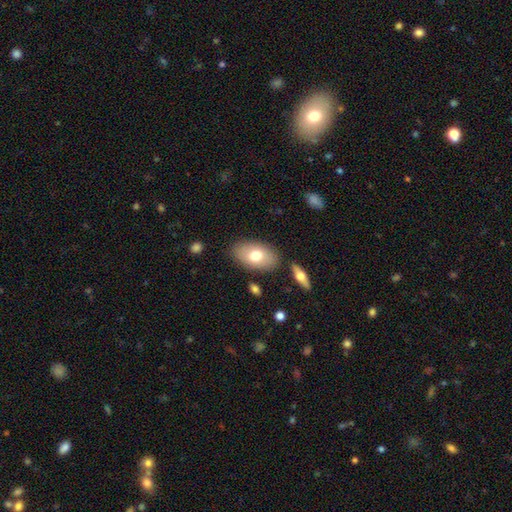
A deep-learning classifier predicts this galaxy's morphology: This is likely a smooth galaxy (71%). How rounded: clearly in between (92%). Merging: clearly none (81%).